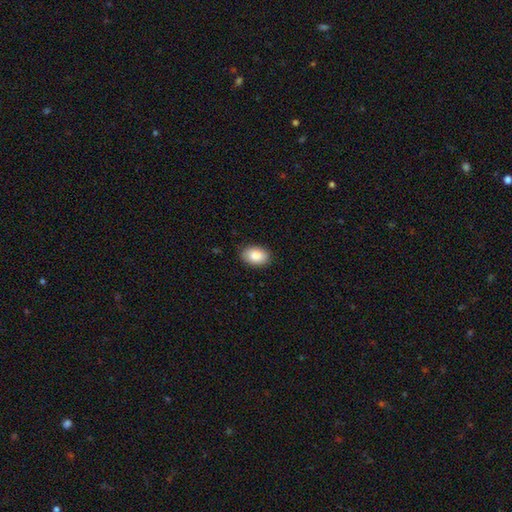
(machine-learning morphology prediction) smooth 88%, star or artifact 7%, featured or disk 5%. Down the decision tree: how rounded — in between (84%); merging — none (87%).